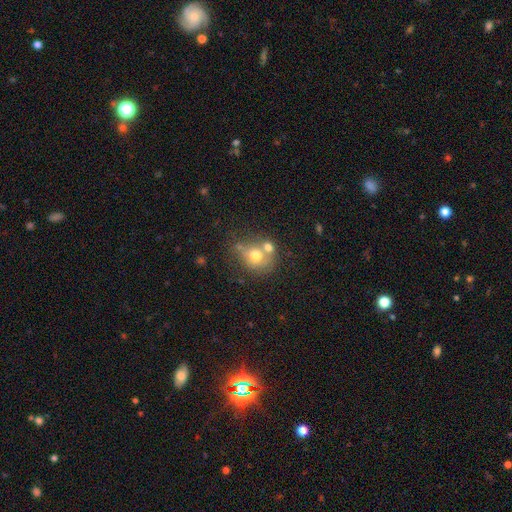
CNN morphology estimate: A smooth galaxy with no disk features (66%) that is round (76%). Merging: none (42%).